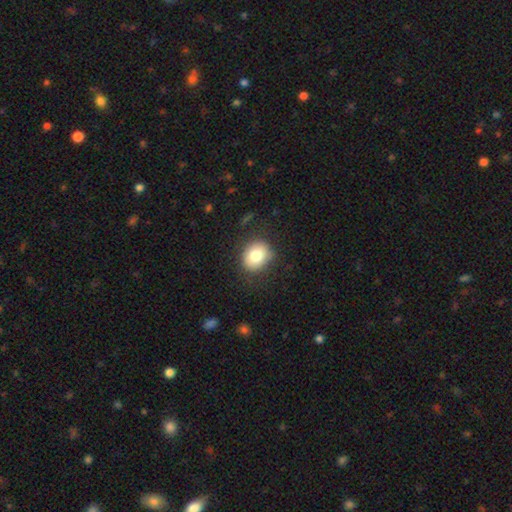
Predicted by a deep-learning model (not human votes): Smooth or featured? Predicted: smooth (p=0.81). How rounded? Predicted: round (p=0.60). Merging? Predicted: none (p=0.80).